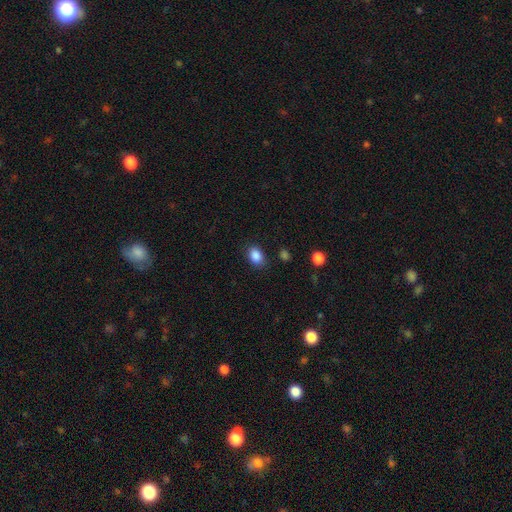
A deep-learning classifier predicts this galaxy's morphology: A smooth galaxy with no disk features (87%) that is in between round and cigar-shaped (70%).

Vote fractions:
- Smooth or featured? smooth: 87% / star or artifact: 9% / featured or disk: 4%
- How rounded? in between: 70% / round: 29% / cigar-shaped: 1%
- Merging? none: 82% / minor disturbance: 13% / major disturbance: 3% / merger: 2%